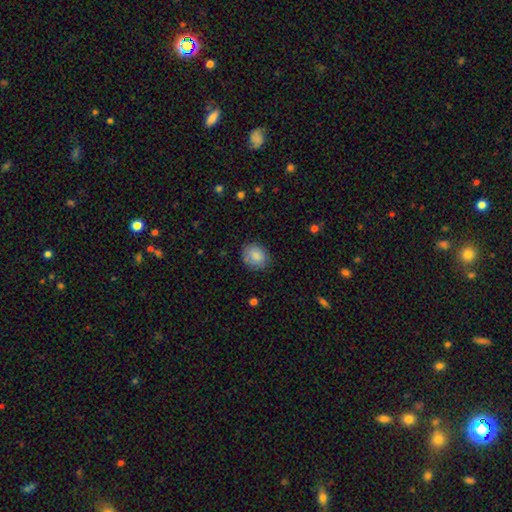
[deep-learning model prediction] Overall: smooth (86%). How rounded: round (57%; in between 42%). Merging: none (81%).